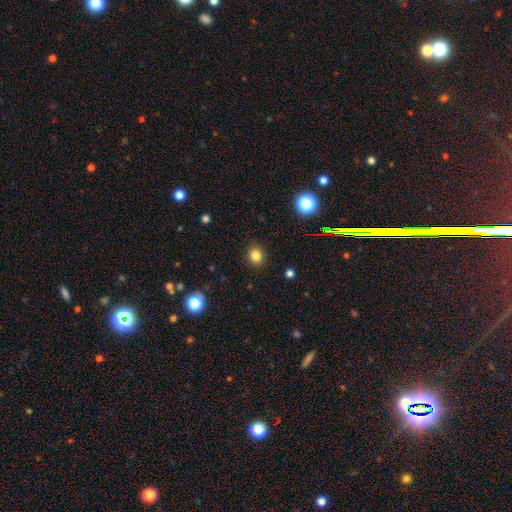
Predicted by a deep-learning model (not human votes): A smooth galaxy with no disk features (82%) that is round (69%).

Vote fractions:
- Smooth or featured? smooth: 82% / star or artifact: 13% / featured or disk: 5%
- How rounded? round: 69% / in between: 30% / cigar-shaped: 1%
- Merging? none: 90% / minor disturbance: 7% / major disturbance: 2% / merger: 1%